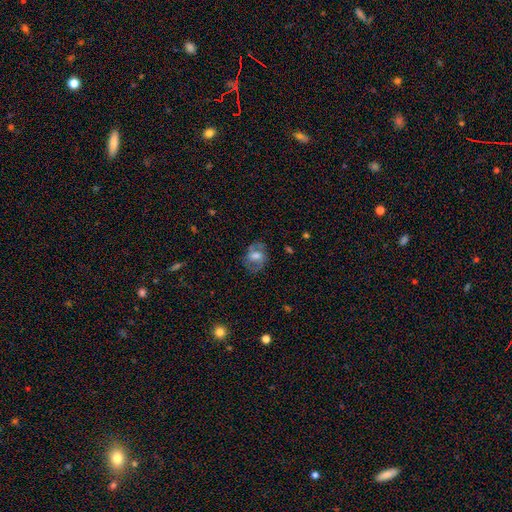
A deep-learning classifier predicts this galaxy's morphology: smooth_or_featured: featured or disk (p=0.53) [alt: smooth p=0.39]
disk_edge_on: no (p=0.95) [alt: yes p=0.05]
bar: weak (p=0.45) [alt: no p=0.33]
has_spiral_arms: yes (p=0.71) [alt: no p=0.29]
bulge_size: moderate (p=0.51) [alt: large p=0.23]
merging: none (p=0.70) [alt: minor disturbance p=0.18]